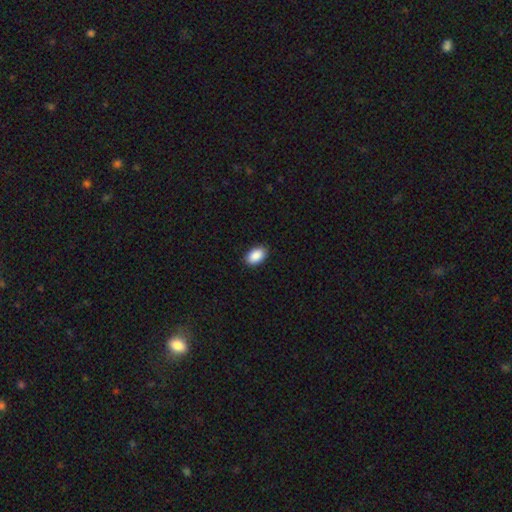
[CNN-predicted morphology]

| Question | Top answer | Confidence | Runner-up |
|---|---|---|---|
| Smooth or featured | smooth | 91% | star or artifact (7%) |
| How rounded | in between | 93% | round (6%) |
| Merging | none | 90% | minor disturbance (7%) |